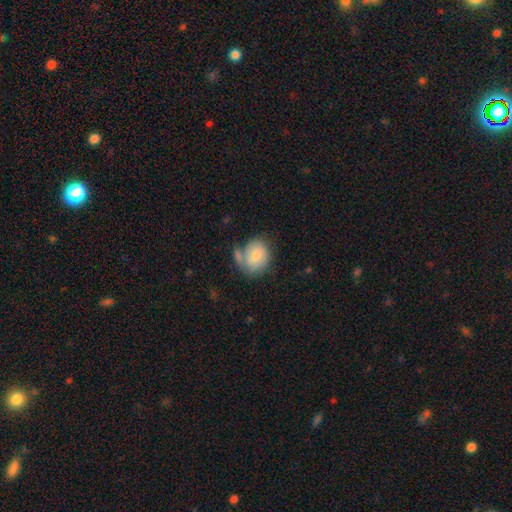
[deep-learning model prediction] A smooth galaxy with no disk features (74%) that is round (65%). Merging: none (46%).